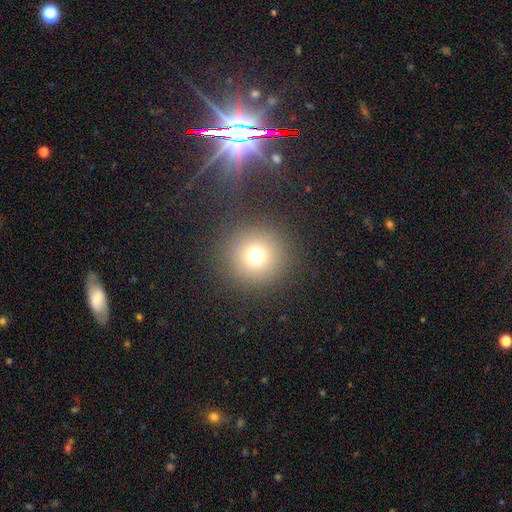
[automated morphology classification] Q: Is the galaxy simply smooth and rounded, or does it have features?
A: smooth — 72%.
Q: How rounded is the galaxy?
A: round — 95%.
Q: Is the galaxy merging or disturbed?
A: none — 86%.